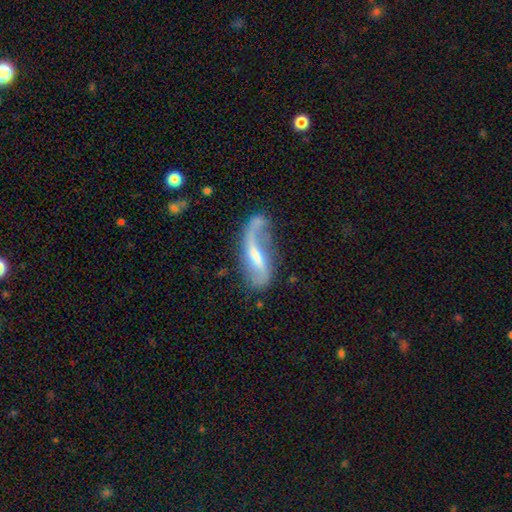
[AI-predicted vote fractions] This appears to be a featured or disk galaxy (78%) with a weak bar (43%), 2 (72%) loose (81%) spiral arms (88%) and a small central bulge (42%). Merging: none (44%).